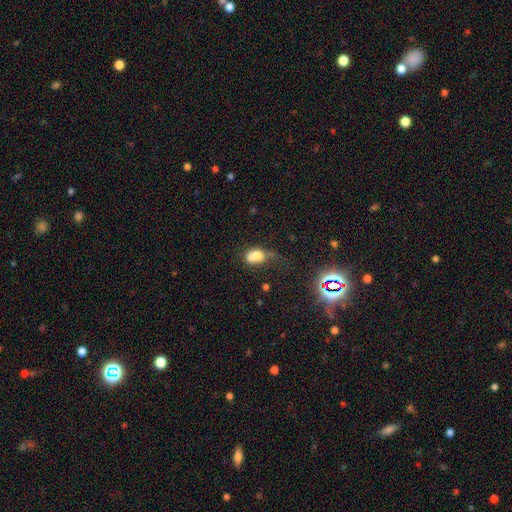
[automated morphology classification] Overall: smooth (67%). How rounded: in between (65%; round 33%). Merging: merger (40%; none 22%).